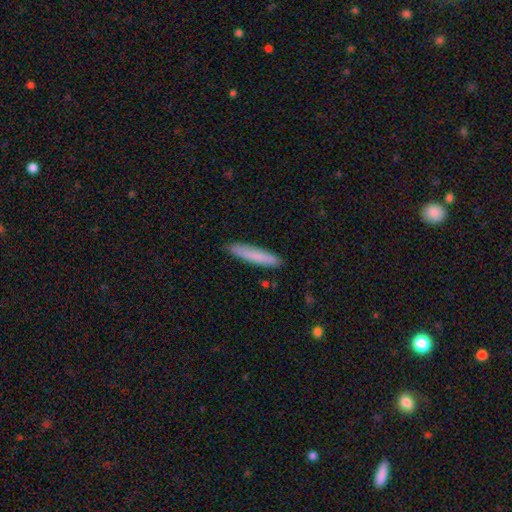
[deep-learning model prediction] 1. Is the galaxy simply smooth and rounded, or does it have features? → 81% smooth, 13% featured or disk, 6% star or artifact.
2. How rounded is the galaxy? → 92% cigar-shaped, 6% in between, 1% round.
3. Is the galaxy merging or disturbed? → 90% none, 8% minor disturbance, 1% major disturbance, 1% merger.